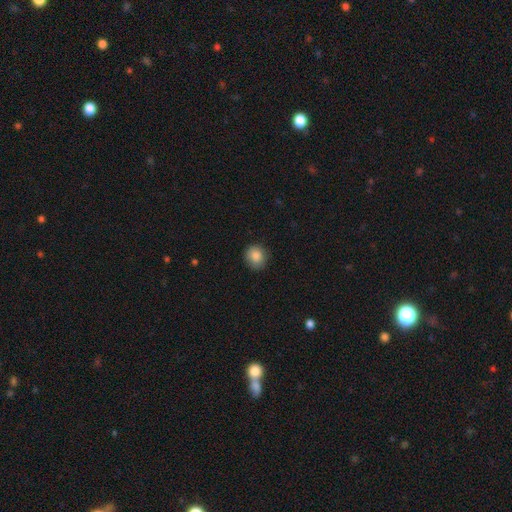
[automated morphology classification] Smooth or featured? Predicted: smooth (p=0.86). How rounded? Predicted: round (p=0.85). Merging? Predicted: none (p=0.84).